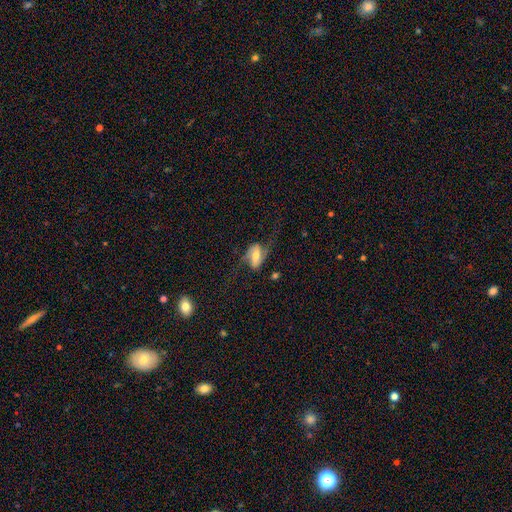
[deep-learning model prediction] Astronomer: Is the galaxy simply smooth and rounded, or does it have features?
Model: featured or disk — 75%.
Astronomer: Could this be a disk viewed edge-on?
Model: no — 94%.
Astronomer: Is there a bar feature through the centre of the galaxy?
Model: strong — 46% (runner-up: weak, 37%).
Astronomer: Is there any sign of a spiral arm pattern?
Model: yes — 92%.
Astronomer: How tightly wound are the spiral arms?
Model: loose — 70%.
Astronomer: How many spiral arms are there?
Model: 2 — 92%.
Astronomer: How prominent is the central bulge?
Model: moderate — 57%.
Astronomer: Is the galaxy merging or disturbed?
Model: none — 65%.